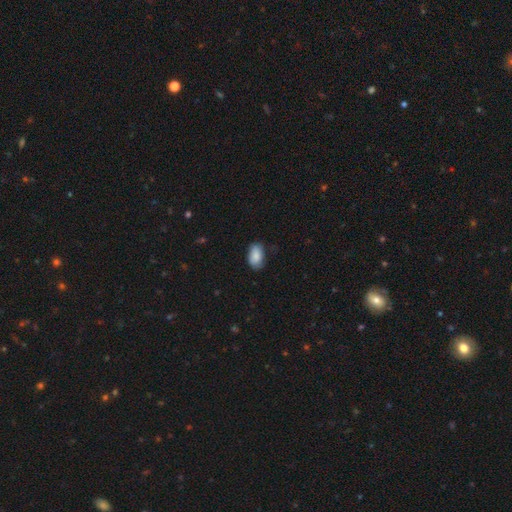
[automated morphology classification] Smooth or featured? smooth (86%)
How rounded? in between (93%)
Merging? none (72%)